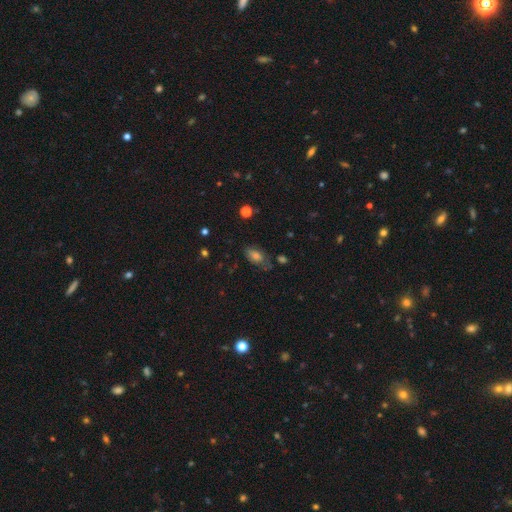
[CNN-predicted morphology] Smooth or featured: smooth — 57% (featured or disk — 23%)
How rounded: in between — 85% (round — 10%)
Merging: none — 63% (minor disturbance — 24%)